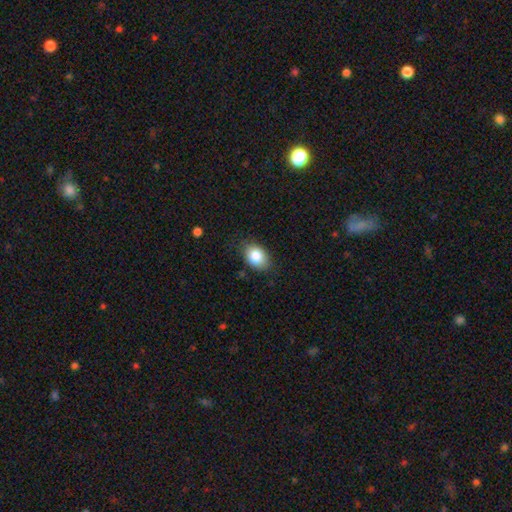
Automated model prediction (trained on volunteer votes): A smooth galaxy with no disk features (84%) that is in between round and cigar-shaped (78%). Merging: none (78%).